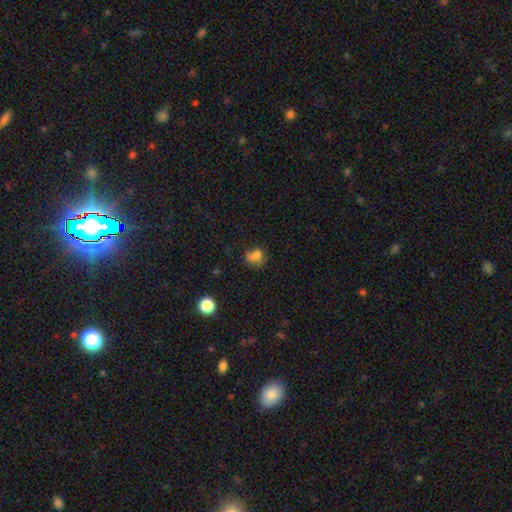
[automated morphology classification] smooth-or-featured: smooth: 71% | star or artifact: 15% | featured or disk: 14%
  how-rounded: round: 61% | in between: 38% | cigar-shaped: 1%
  merging: none: 42% | minor disturbance: 24% | merger: 19% | major disturbance: 15%